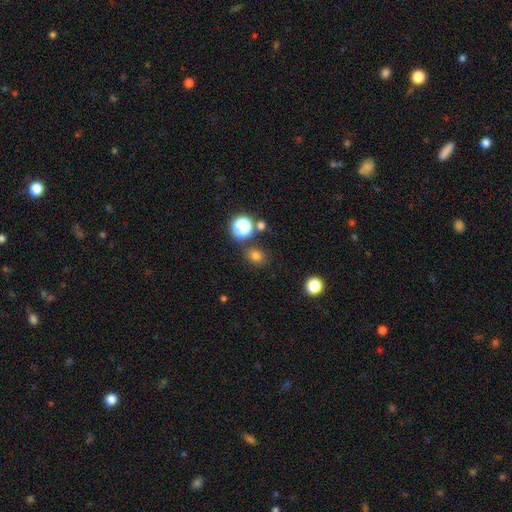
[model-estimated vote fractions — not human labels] Morphology: type=smooth (75%); roundness=round (75%); merging=none (83%).